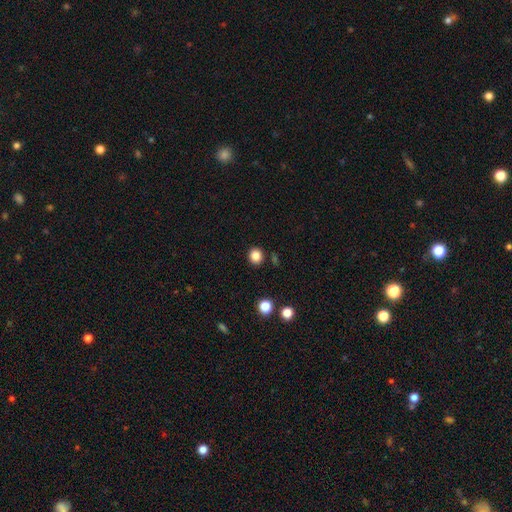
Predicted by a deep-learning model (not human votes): smooth 85%, star or artifact 11%, featured or disk 4%. Down the decision tree: how rounded — round (85%); merging — none (88%).